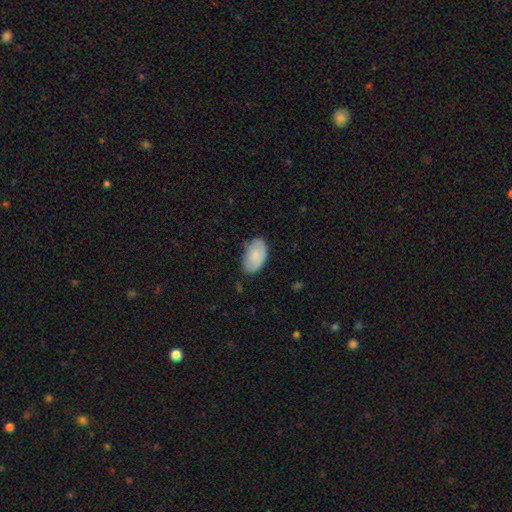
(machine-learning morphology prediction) Smooth or featured? Predicted: smooth (p=0.82). How rounded? Predicted: in between (p=0.94). Merging? Predicted: none (p=0.70).